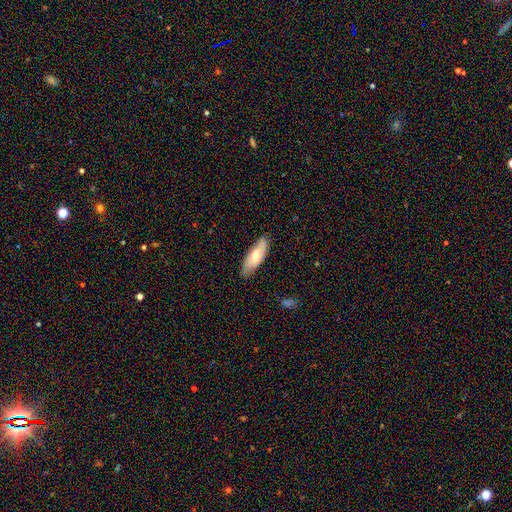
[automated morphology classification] smooth 62%, featured or disk 32%, star or artifact 6%. Down the decision tree: how rounded — in between (60%); merging — none (82%).